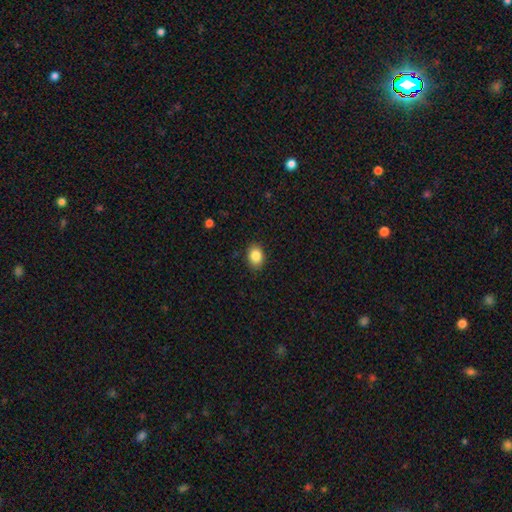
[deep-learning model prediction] Smooth or featured? Predicted: smooth (p=0.86). How rounded? Predicted: in between (p=0.69). Merging? Predicted: none (p=0.86).